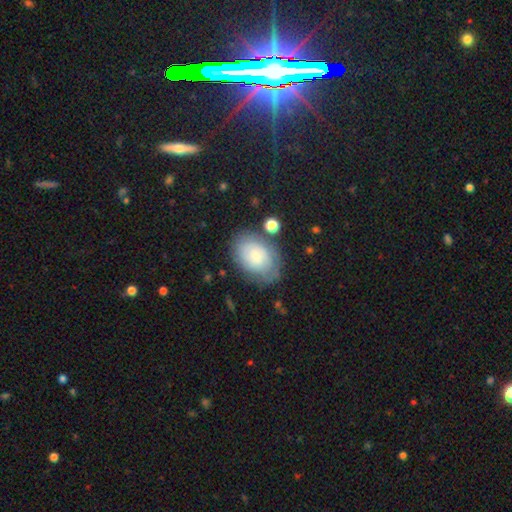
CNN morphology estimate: Overall: smooth (60%; featured or disk 31%). How rounded: in between (80%). Merging: none (69%).